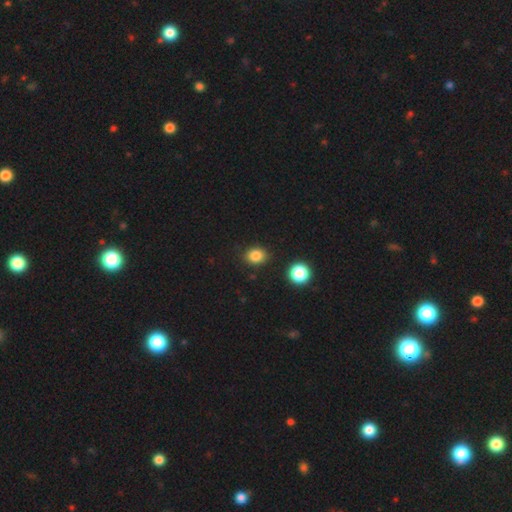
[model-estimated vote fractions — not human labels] Q: Smooth or featured?
A: smooth (84%); runner-up: star or artifact (12%)
Q: How rounded?
A: round (61%); runner-up: in between (38%)
Q: Merging?
A: none (87%); runner-up: minor disturbance (8%)